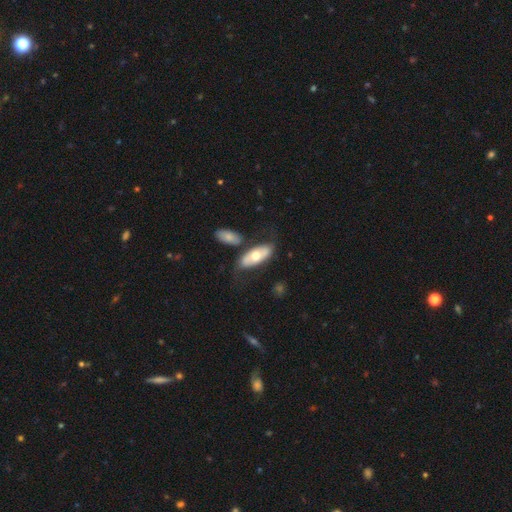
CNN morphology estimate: smooth-or-featured: smooth: 52% | featured or disk: 42% | star or artifact: 5%
  how-rounded: in between: 82% | cigar-shaped: 15% | round: 3%
  merging: none: 62% | minor disturbance: 17% | merger: 13% | major disturbance: 8%